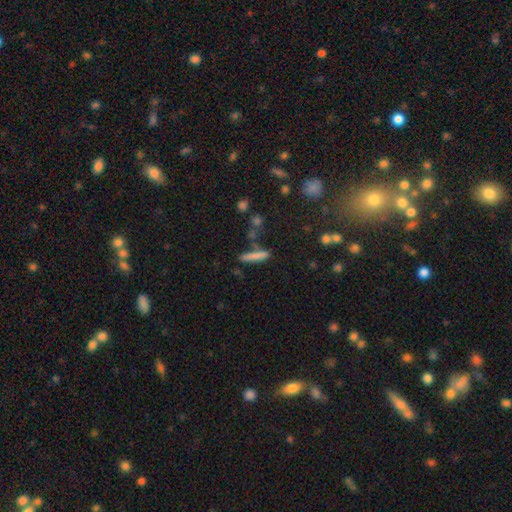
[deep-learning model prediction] Smooth or featured?
  - smooth: 76% *
  - featured or disk: 16%
  - star or artifact: 9%
How rounded?
  - cigar-shaped: 90% *
  - in between: 8%
  - round: 2%
Merging?
  - none: 73% *
  - minor disturbance: 14%
  - merger: 9%
  - major disturbance: 4%